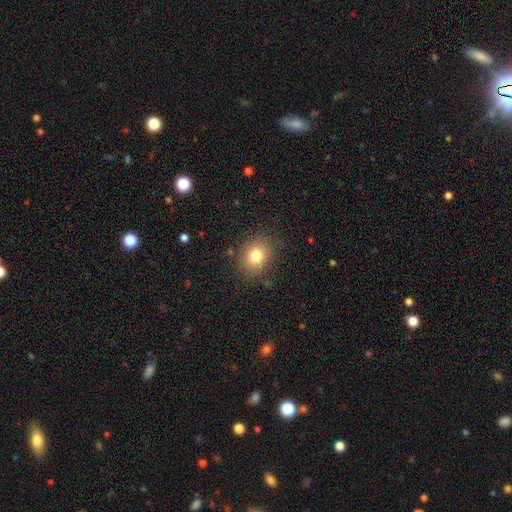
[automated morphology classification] Q: Smooth or featured?
A: smooth (79%); runner-up: star or artifact (12%)
Q: How rounded?
A: round (53%); runner-up: in between (46%)
Q: Merging?
A: none (85%); runner-up: minor disturbance (10%)